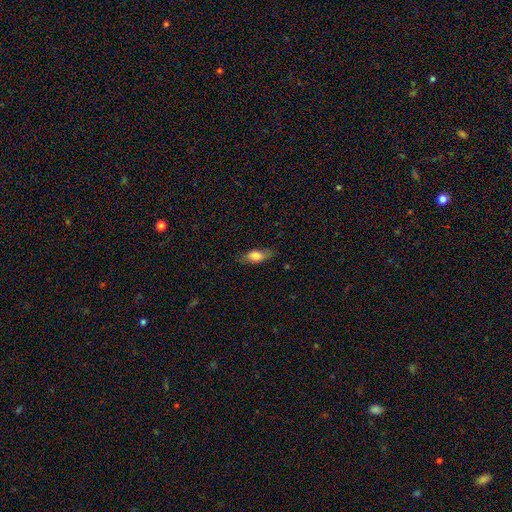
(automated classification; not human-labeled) This appears to be a smooth galaxy with no disk features (74%) that is in between round and cigar-shaped (78%). Merging: none (74%).